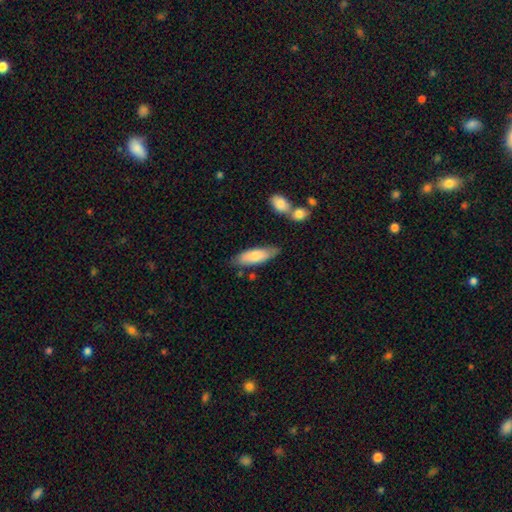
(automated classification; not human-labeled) smooth 76%, featured or disk 19%, star or artifact 6%. Down the decision tree: how rounded — in between (60%); merging — none (70%).